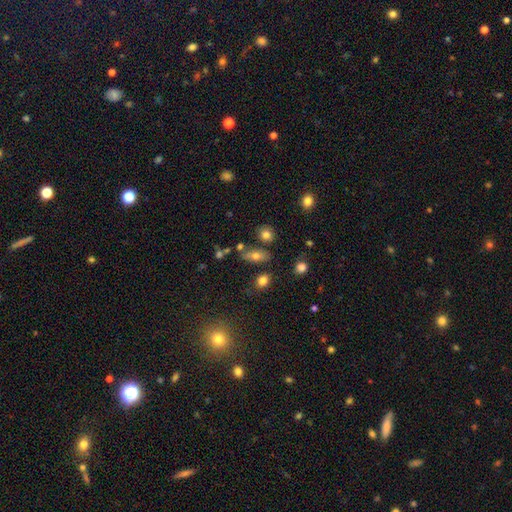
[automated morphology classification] smooth-or-featured: smooth: 69% | featured or disk: 19% | star or artifact: 11%
  how-rounded: in between: 77% | cigar-shaped: 14% | round: 9%
  merging: none: 71% | minor disturbance: 14% | merger: 10% | major disturbance: 5%